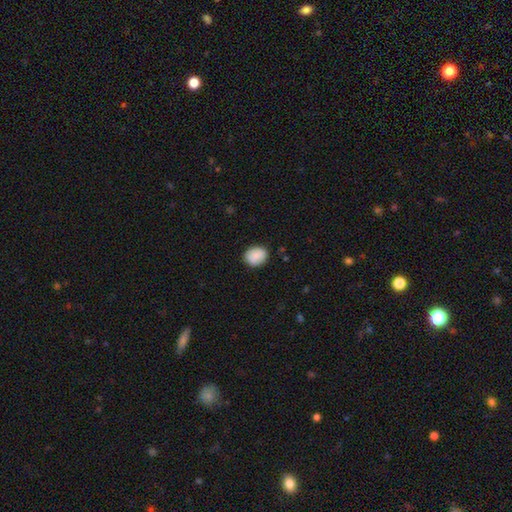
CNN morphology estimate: A smooth galaxy with no disk features (88%) that is round (53%).

Vote fractions:
- Smooth or featured? smooth: 88% / star or artifact: 7% / featured or disk: 5%
- How rounded? round: 53% / in between: 46% / cigar-shaped: 1%
- Merging? none: 84% / minor disturbance: 12% / major disturbance: 3% / merger: 1%